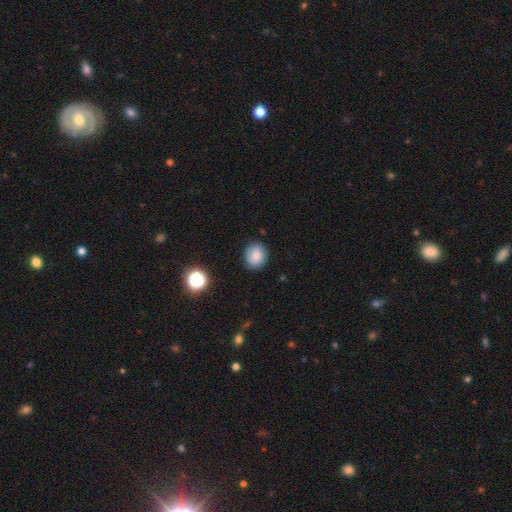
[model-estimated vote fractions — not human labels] Q: Smooth or featured?
A: smooth (82%); runner-up: star or artifact (10%)
Q: How rounded?
A: round (73%); runner-up: in between (26%)
Q: Merging?
A: none (86%); runner-up: minor disturbance (10%)